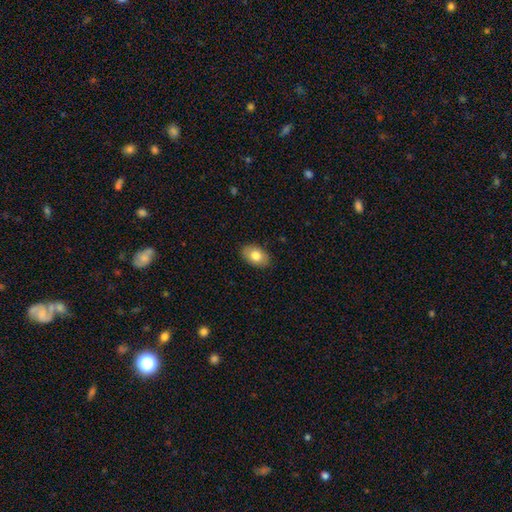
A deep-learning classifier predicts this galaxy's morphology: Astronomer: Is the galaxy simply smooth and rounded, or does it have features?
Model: smooth — 79%.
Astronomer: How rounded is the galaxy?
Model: in between — 88%.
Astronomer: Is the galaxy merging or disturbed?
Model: none — 88%.